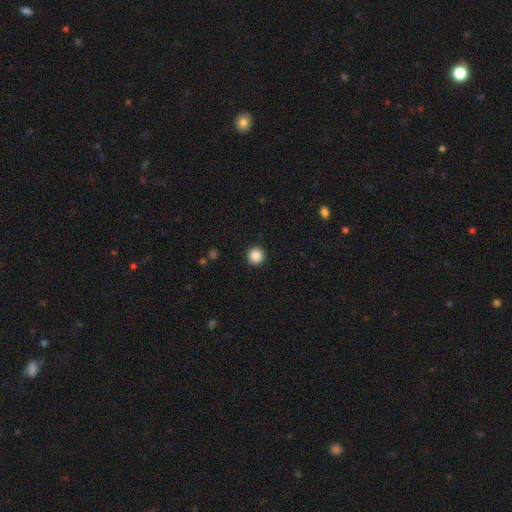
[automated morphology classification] Q: Smooth or featured?
A: smooth (87%); runner-up: star or artifact (10%)
Q: How rounded?
A: round (96%); runner-up: in between (3%)
Q: Merging?
A: none (93%); runner-up: minor disturbance (4%)